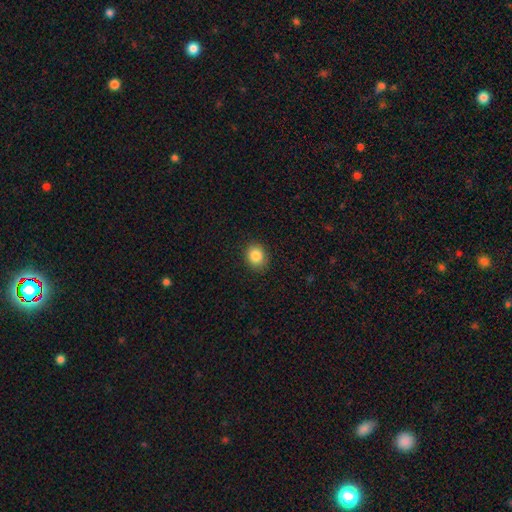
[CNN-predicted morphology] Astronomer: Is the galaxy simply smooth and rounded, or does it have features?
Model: smooth — 85%.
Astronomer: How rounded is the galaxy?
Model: round — 62% (runner-up: in between, 37%).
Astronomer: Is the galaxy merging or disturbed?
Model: none — 87%.